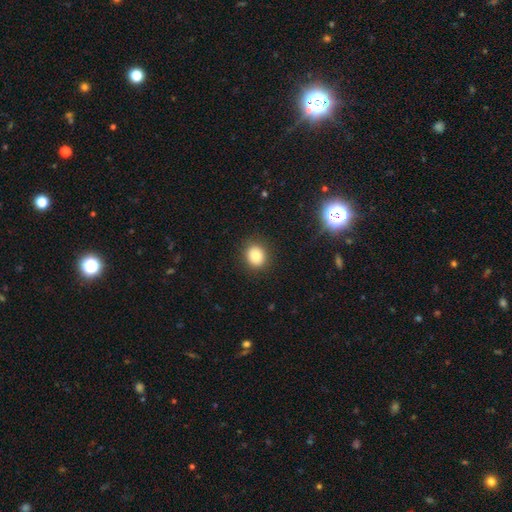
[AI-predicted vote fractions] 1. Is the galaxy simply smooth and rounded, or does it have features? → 82% smooth, 11% star or artifact, 7% featured or disk.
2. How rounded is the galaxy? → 71% round, 28% in between, 1% cigar-shaped.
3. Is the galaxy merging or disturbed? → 88% none, 8% minor disturbance, 3% major disturbance, 1% merger.